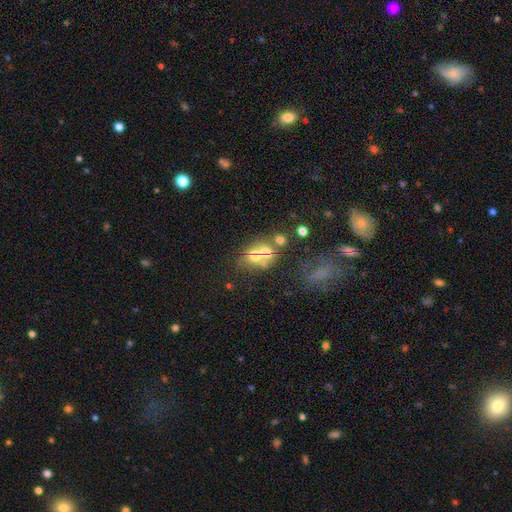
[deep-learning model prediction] Smooth or featured?
  - smooth: 47% *
  - featured or disk: 34%
  - star or artifact: 19%
Merging?
  - merger: 47% *
  - none: 33%
  - minor disturbance: 10%
  - major disturbance: 9%